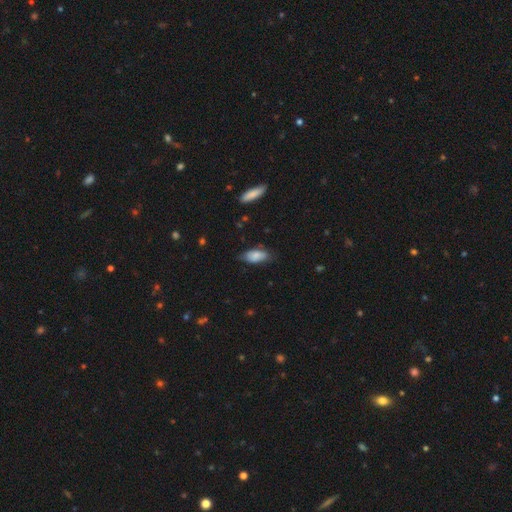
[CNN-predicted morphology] Smooth or featured? Predicted: smooth (p=0.81). How rounded? Predicted: in between (p=0.88). Merging? Predicted: none (p=0.69).